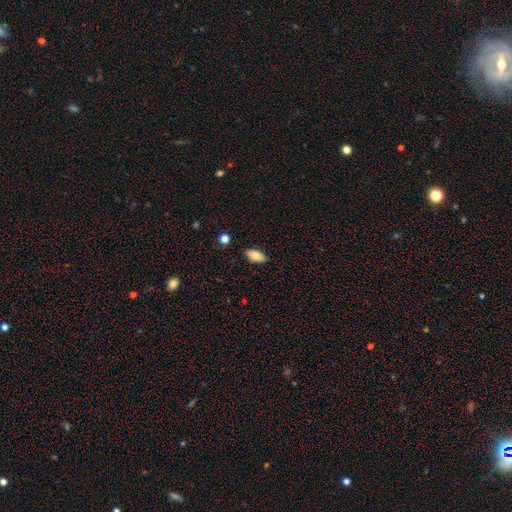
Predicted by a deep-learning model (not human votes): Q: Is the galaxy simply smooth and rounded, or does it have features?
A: smooth — 79%.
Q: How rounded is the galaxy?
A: in between — 91%.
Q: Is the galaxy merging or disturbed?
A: none — 86%.